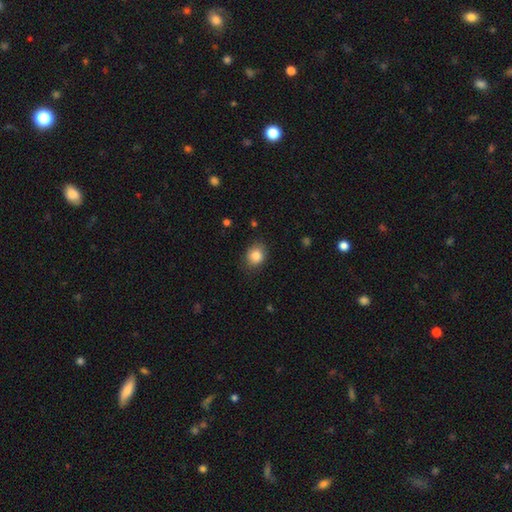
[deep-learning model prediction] Smooth or featured? smooth (84%)
How rounded? round (61%)
Merging? none (81%)